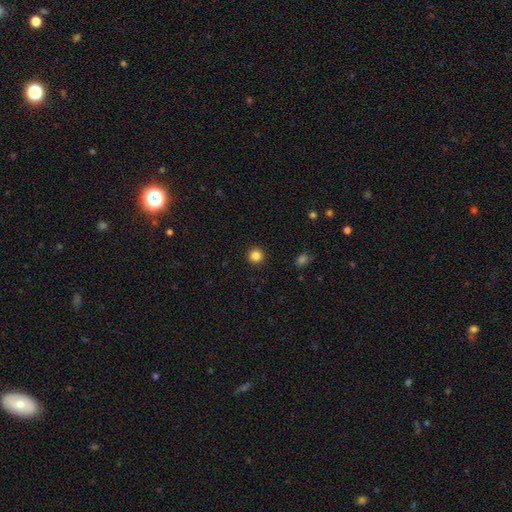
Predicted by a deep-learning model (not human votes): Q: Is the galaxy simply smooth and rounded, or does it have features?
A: smooth — 85%.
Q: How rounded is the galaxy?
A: round — 96%.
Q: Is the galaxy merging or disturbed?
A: none — 93%.